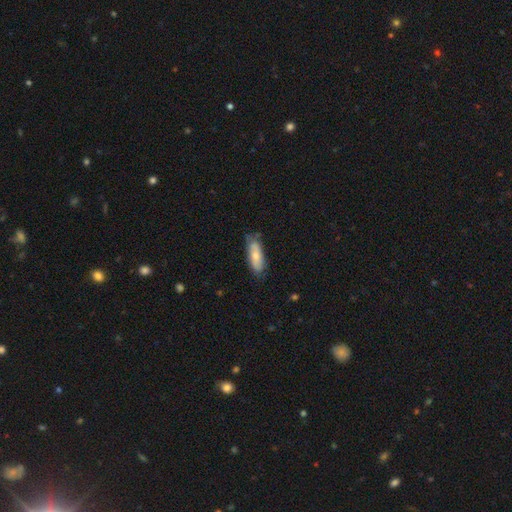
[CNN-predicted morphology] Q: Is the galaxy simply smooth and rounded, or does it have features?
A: smooth — 64%.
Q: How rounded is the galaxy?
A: in between — 68%.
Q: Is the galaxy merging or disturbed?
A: none — 66%.